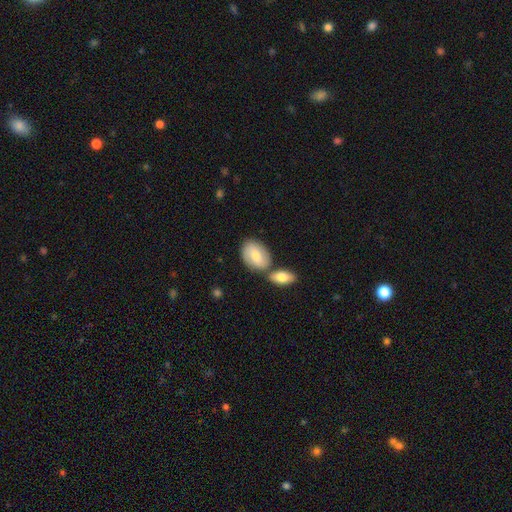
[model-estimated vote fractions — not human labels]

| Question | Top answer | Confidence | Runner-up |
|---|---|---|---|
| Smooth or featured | smooth | 67% | featured or disk (27%) |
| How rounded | in between | 85% | round (13%) |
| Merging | none | 56% | merger (28%) |